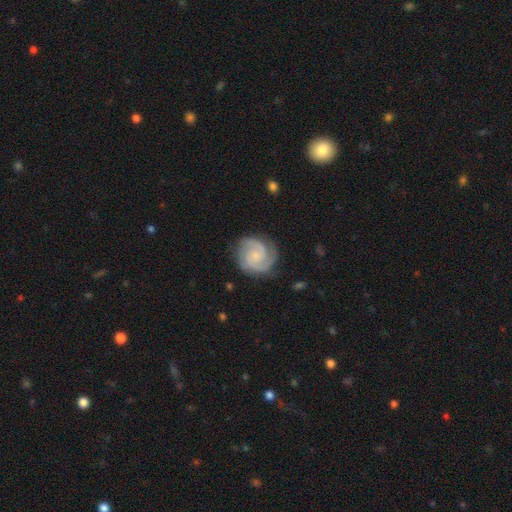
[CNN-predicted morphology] Smooth or featured: featured or disk — 86% (smooth — 9%)
Edge-on disk: no — 98% (yes — 2%)
Bar: no — 67% (weak — 28%)
Spiral arms: yes — 98% (no — 2%)
Spiral winding: tight — 59% (medium — 36%)
Spiral arm count: 2 — 73% (3 — 15%)
Bulge size: small — 64% (moderate — 18%)
Merging: none — 81% (minor disturbance — 14%)